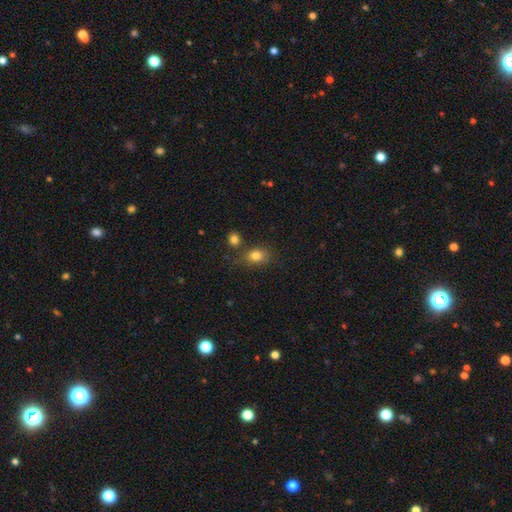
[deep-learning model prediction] smooth 81%, star or artifact 11%, featured or disk 8%. Down the decision tree: how rounded — in between (66%); merging — none (65%).